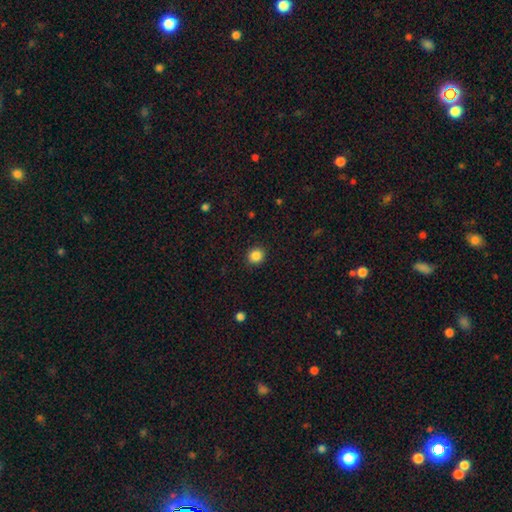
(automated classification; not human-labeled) smooth_or_featured: smooth (p=0.87) [alt: star or artifact p=0.10]
how_rounded: round (p=0.88) [alt: in between p=0.11]
merging: none (p=0.91) [alt: minor disturbance p=0.06]